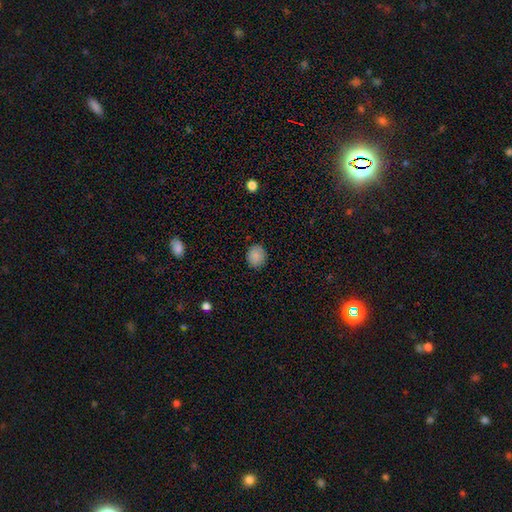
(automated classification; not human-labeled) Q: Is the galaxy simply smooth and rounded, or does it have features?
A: smooth — 86%.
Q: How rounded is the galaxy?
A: round — 75%.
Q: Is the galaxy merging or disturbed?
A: none — 87%.